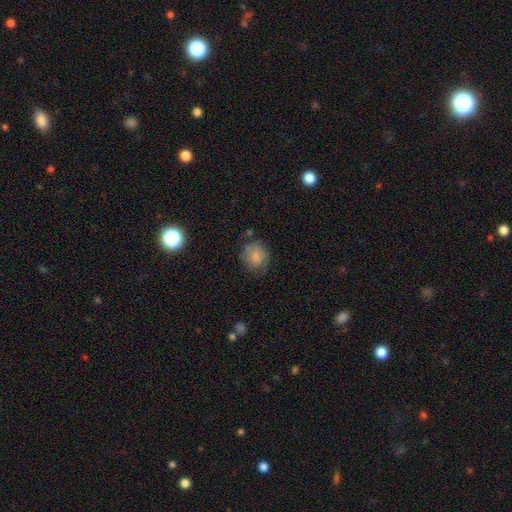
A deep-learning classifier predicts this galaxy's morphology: This is likely a smooth galaxy (77%). How rounded: likely round (75%). Merging: likely none (63%).